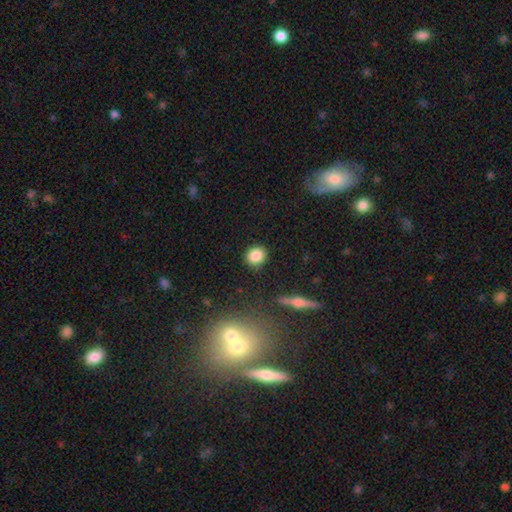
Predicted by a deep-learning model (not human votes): This is clearly a smooth galaxy (85%). How rounded: likely round (78%). Merging: clearly none (86%).